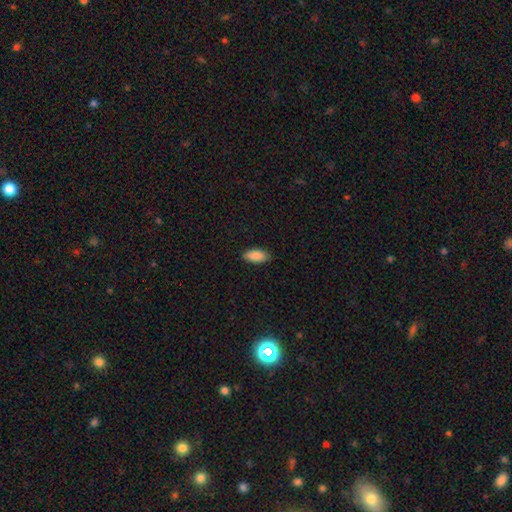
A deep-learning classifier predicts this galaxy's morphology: smooth 89%, star or artifact 7%, featured or disk 4%. Down the decision tree: how rounded — in between (90%); merging — none (84%).